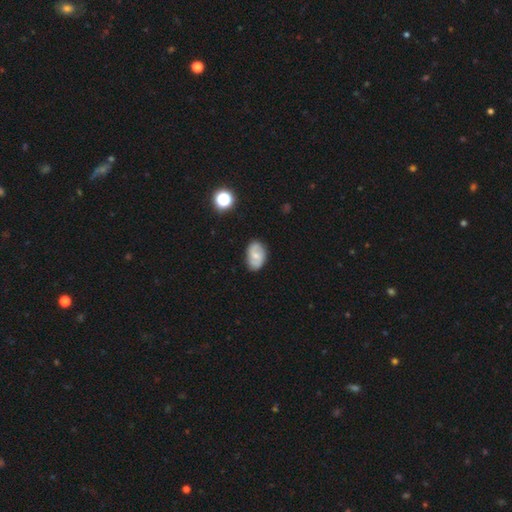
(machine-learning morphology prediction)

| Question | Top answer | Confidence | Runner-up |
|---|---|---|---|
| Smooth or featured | featured or disk | 46% | smooth (45%) |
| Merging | none | 81% | minor disturbance (14%) |